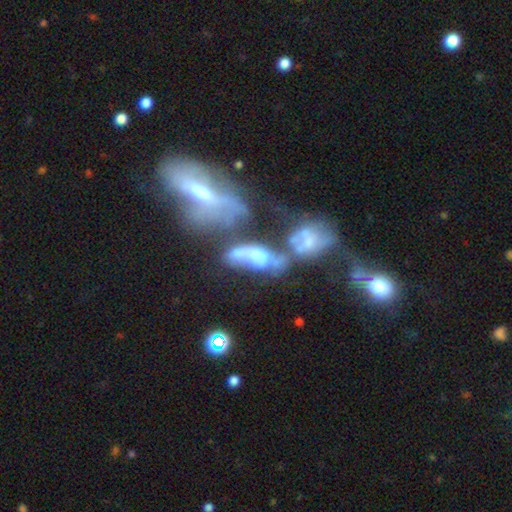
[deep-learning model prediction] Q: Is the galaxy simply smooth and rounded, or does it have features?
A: featured or disk — 54%.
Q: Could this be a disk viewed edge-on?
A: no — 89%.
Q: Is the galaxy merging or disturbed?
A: merger — 61%.